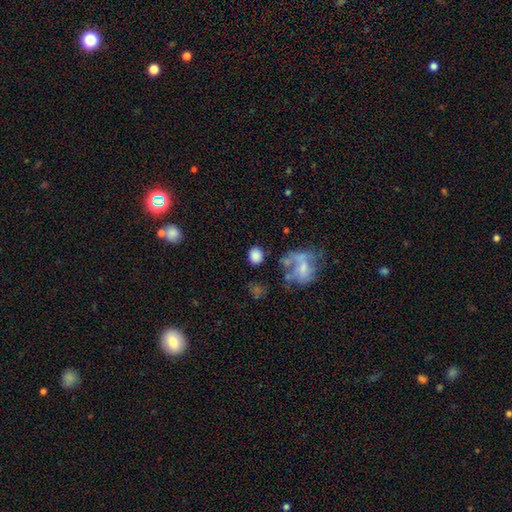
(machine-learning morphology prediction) Smooth or featured? smooth (82%)
How rounded? round (65%)
Merging? none (72%)